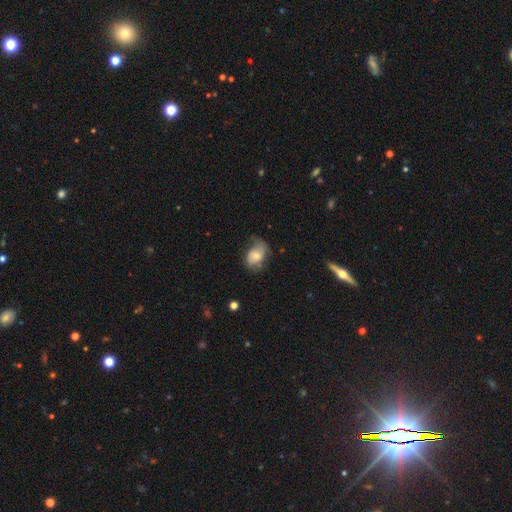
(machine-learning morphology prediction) The model was most divided on "smooth or featured": smooth: 49%, featured or disk: 43%, star or artifact: 8%. Remaining: merging — none (49%).